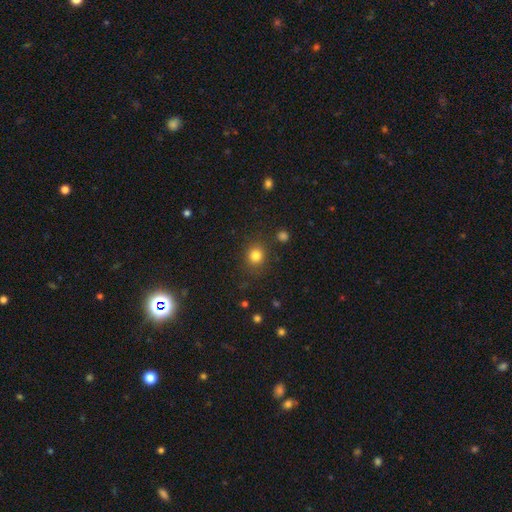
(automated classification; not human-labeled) A smooth galaxy with no disk features (82%) that is round (85%). Merging: none (86%).